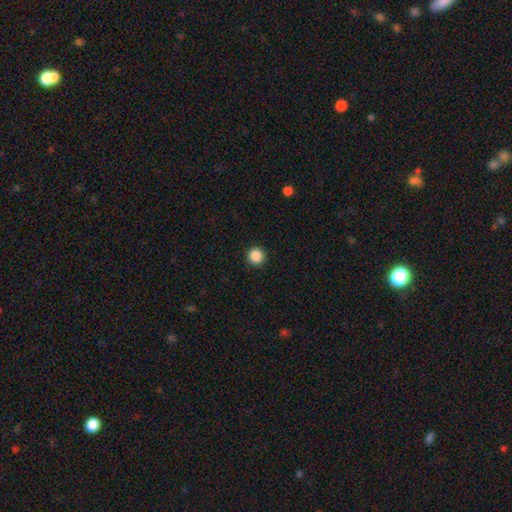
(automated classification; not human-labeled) smooth 87%, star or artifact 10%, featured or disk 3%. Down the decision tree: how rounded — round (96%); merging — none (93%).